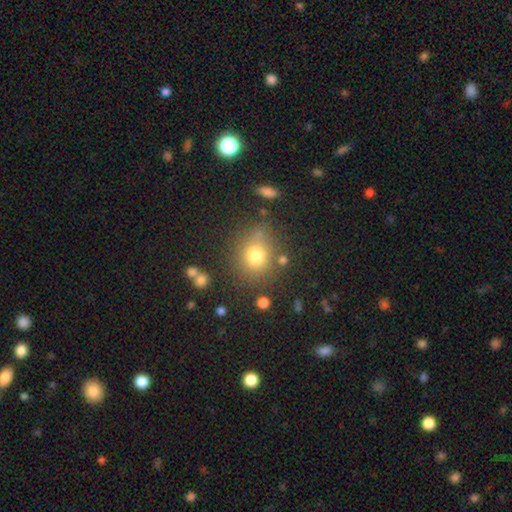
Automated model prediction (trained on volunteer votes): Q: Smooth or featured?
A: smooth (76%); runner-up: star or artifact (14%)
Q: How rounded?
A: round (77%); runner-up: in between (22%)
Q: Merging?
A: none (74%); runner-up: minor disturbance (13%)